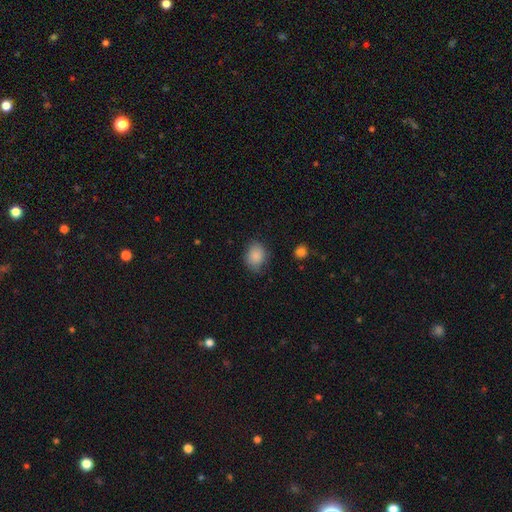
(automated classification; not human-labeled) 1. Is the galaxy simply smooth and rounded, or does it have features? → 86% smooth, 8% star or artifact, 6% featured or disk.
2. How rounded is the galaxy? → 53% round, 46% in between, 1% cigar-shaped.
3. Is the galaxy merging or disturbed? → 73% none, 21% minor disturbance, 5% major disturbance, 2% merger.